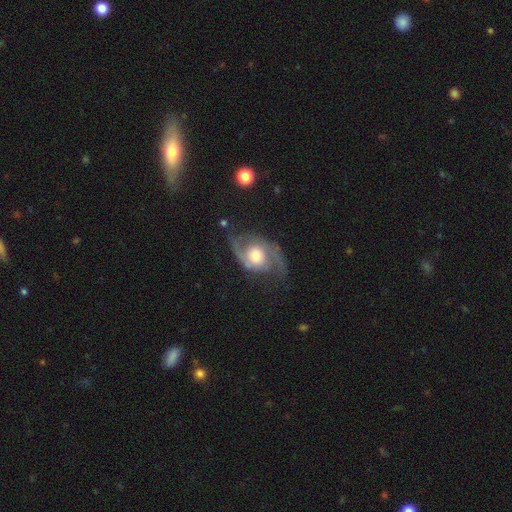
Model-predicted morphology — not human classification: Smooth or featured? Predicted: featured or disk (p=0.87). Edge-on disk? Predicted: no (p=0.97). Bar? Predicted: no (p=0.66). Spiral arms? Predicted: yes (p=0.96). Spiral winding? Predicted: medium (p=0.50). Spiral arm count? Predicted: 2 (p=0.93). Bulge size? Predicted: moderate (p=0.53). Merging? Predicted: none (p=0.68).